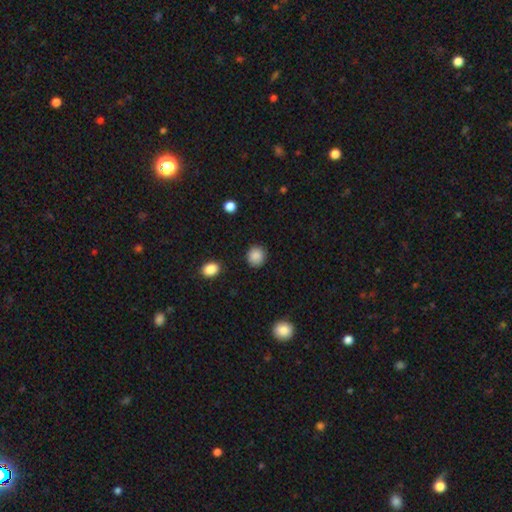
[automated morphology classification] This is clearly a smooth galaxy (88%). How rounded: clearly round (88%). Merging: clearly none (89%).